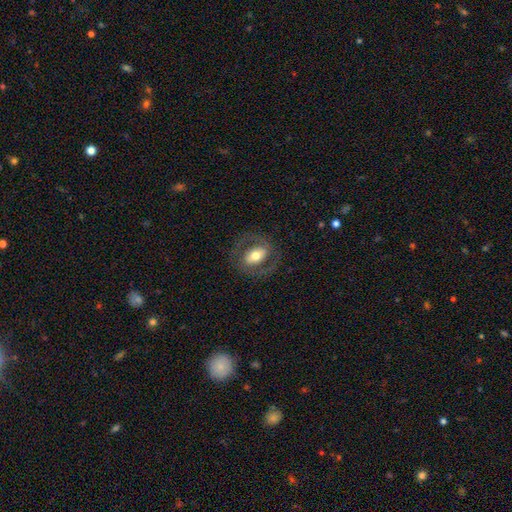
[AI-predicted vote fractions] Morphology: type=featured or disk (54%); edge-on=no (93%); bar=no (41%); spiral arms=no (52%); bulge=moderate (63%); merging=none (76%).